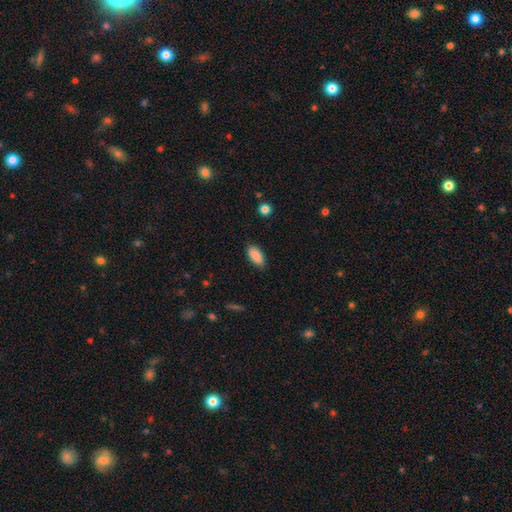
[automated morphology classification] Smooth or featured? Predicted: smooth (p=0.89). How rounded? Predicted: in between (p=0.89). Merging? Predicted: none (p=0.82).